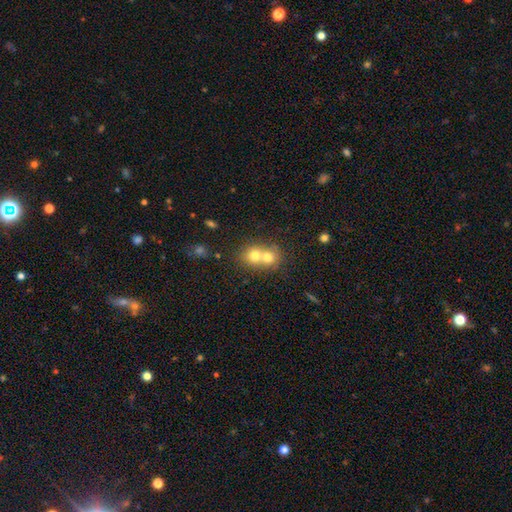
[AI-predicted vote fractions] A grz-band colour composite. It shows a smooth galaxy with no disk features (71%) that is round (73%). Merging: merger (70%).